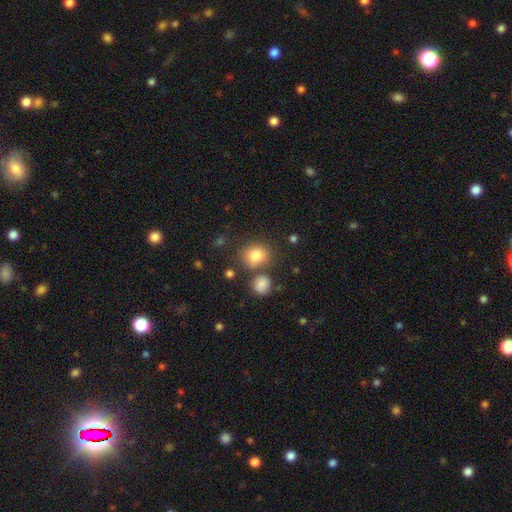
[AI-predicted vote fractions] Smooth or featured? Predicted: smooth (p=0.83). How rounded? Predicted: round (p=0.68). Merging? Predicted: none (p=0.71).